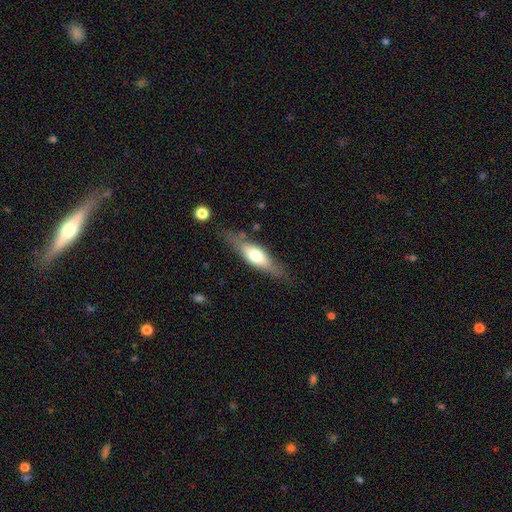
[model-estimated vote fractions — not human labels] smooth_or_featured: smooth (p=0.49) [alt: featured or disk p=0.44]
merging: none (p=0.74) [alt: minor disturbance p=0.17]